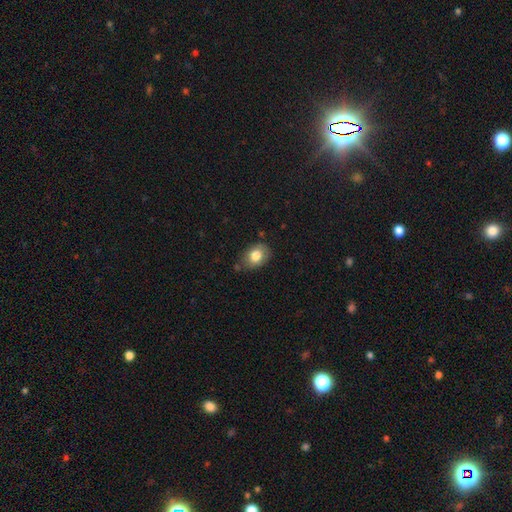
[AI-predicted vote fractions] Smooth or featured: smooth — 80% (featured or disk — 12%)
How rounded: in between — 73% (round — 26%)
Merging: none — 73% (minor disturbance — 20%)